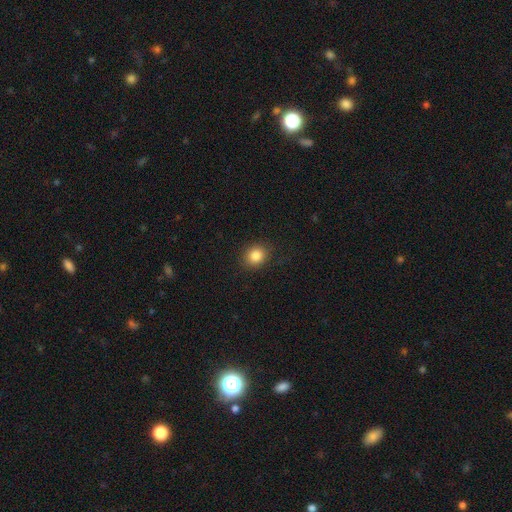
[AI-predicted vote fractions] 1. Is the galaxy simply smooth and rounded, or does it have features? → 85% smooth, 10% star or artifact, 5% featured or disk.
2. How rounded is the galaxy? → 71% round, 29% in between, 1% cigar-shaped.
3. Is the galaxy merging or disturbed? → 87% none, 9% minor disturbance, 3% major disturbance, 1% merger.